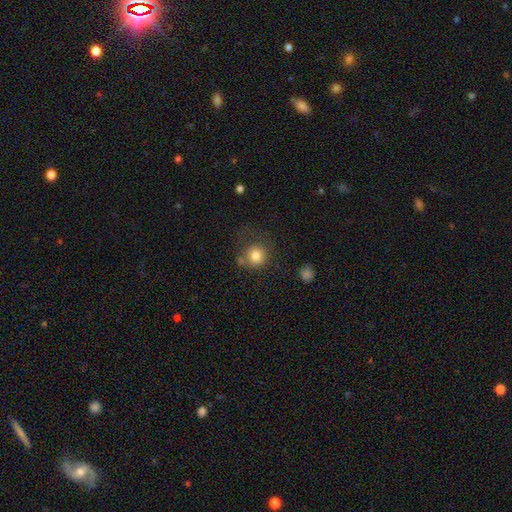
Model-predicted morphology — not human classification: The model was most divided on "merging": none: 65%, minor disturbance: 17%, major disturbance: 9%, merger: 9%. More confident: how rounded — round (89%); smooth or featured — smooth (81%).